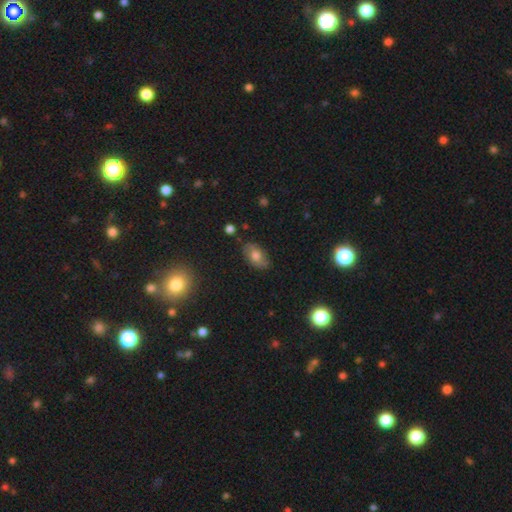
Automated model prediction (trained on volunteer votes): The model was most divided on "smooth or featured": smooth: 68%, featured or disk: 22%, star or artifact: 11%. More confident: how rounded — in between (89%); merging — none (80%).